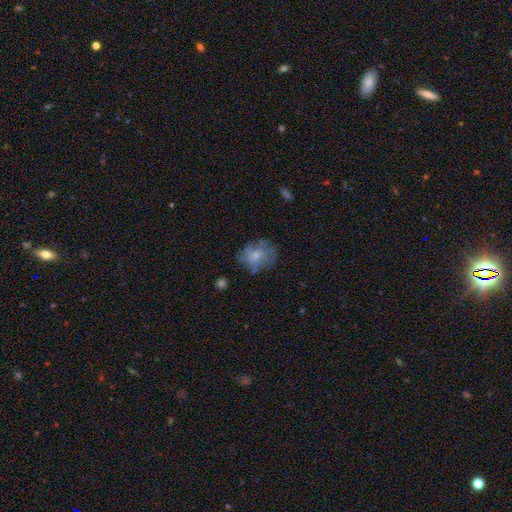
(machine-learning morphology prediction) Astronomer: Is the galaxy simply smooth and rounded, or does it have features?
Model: smooth — 60%.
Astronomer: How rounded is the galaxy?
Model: round — 50% (runner-up: in between, 49%).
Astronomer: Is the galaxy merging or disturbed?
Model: none — 61%.